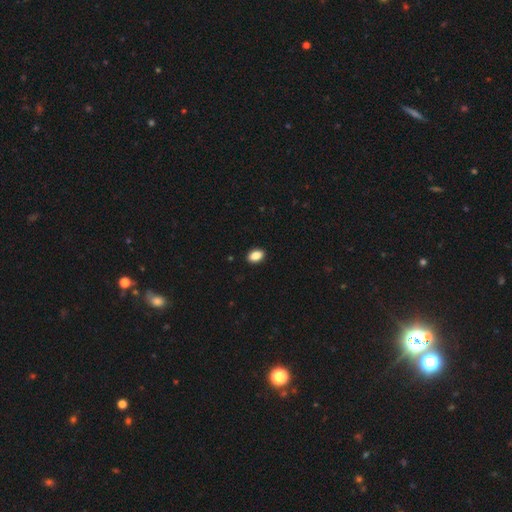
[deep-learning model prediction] Q: Smooth or featured?
A: smooth (88%); runner-up: star or artifact (8%)
Q: How rounded?
A: in between (86%); runner-up: round (12%)
Q: Merging?
A: none (91%); runner-up: minor disturbance (7%)